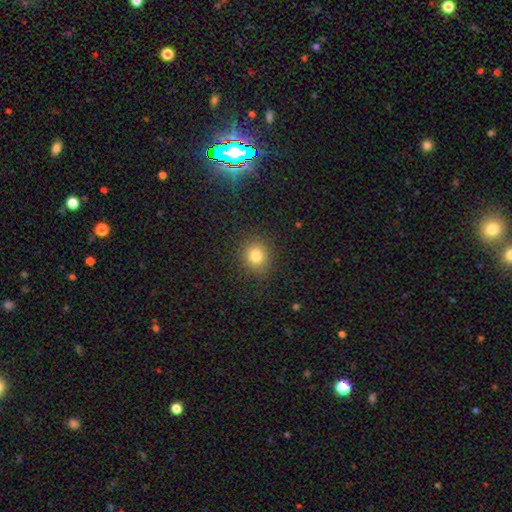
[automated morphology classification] smooth_or_featured: smooth (p=0.80) [alt: star or artifact p=0.13]
how_rounded: round (p=0.82) [alt: in between p=0.17]
merging: none (p=0.89) [alt: minor disturbance p=0.07]